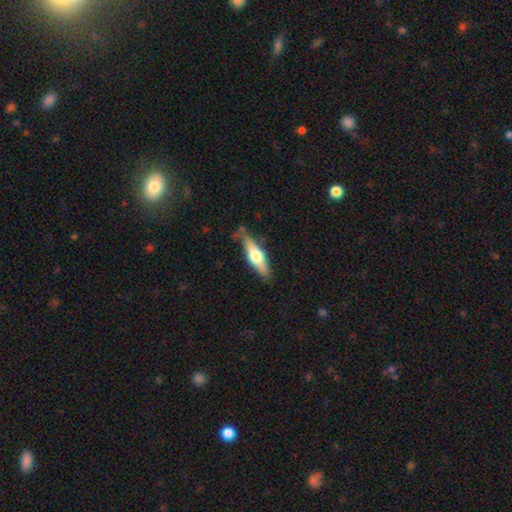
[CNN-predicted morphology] Smooth or featured? Predicted: featured or disk (p=0.51). Edge-on disk? Predicted: yes (p=0.92). Merging? Predicted: none (p=0.76).